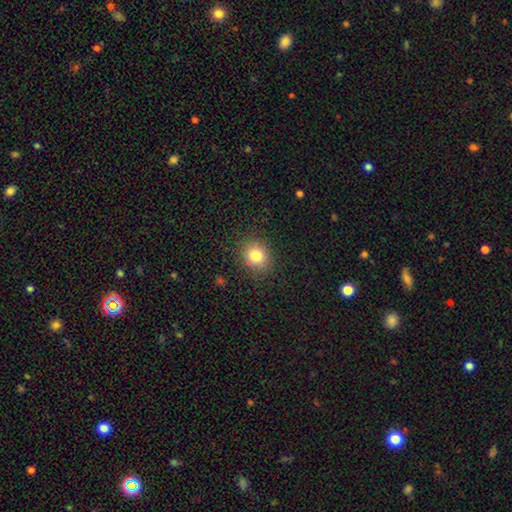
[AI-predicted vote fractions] This appears to be a smooth galaxy with no disk features (81%) that is round (76%). Merging: none (88%).